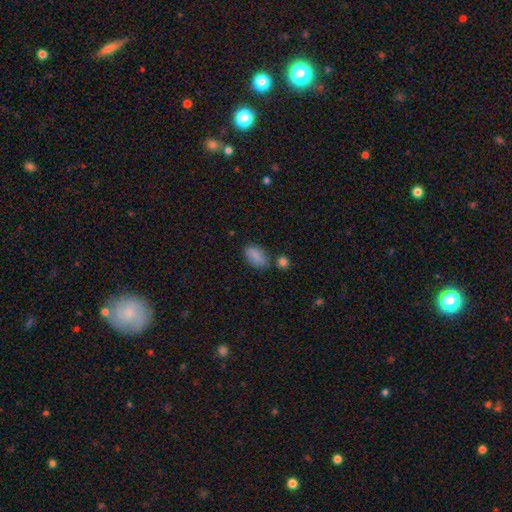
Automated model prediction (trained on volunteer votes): smooth 85%, star or artifact 8%, featured or disk 6%. Down the decision tree: how rounded — in between (90%); merging — none (71%).